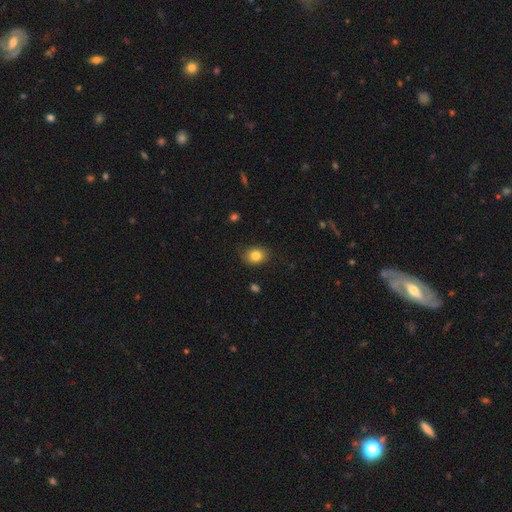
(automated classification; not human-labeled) This appears to be a smooth galaxy with no disk features (83%) that is round (51%). Merging: none (83%).